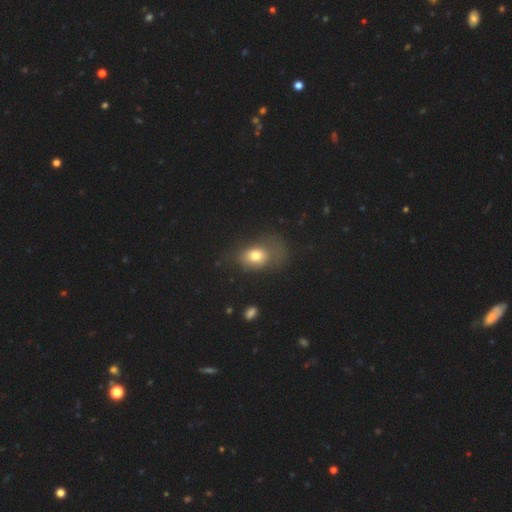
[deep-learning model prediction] Q: Smooth or featured?
A: smooth (71%); runner-up: featured or disk (17%)
Q: How rounded?
A: in between (70%); runner-up: round (28%)
Q: Merging?
A: none (39%); runner-up: major disturbance (32%)